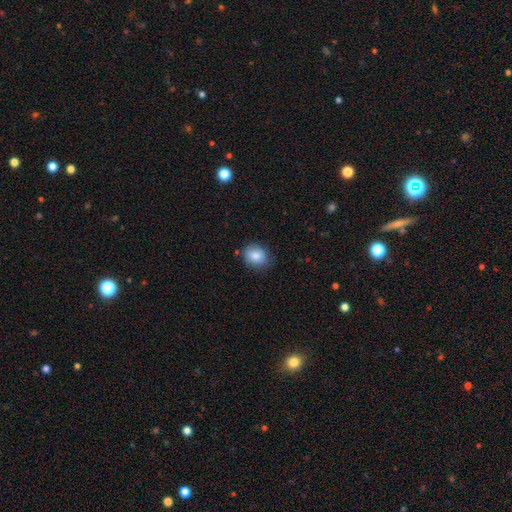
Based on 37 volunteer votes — Smooth or featured? 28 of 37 (76%) said smooth. How rounded? 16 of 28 (57%) said round. Merging? 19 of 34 (56%) said none.